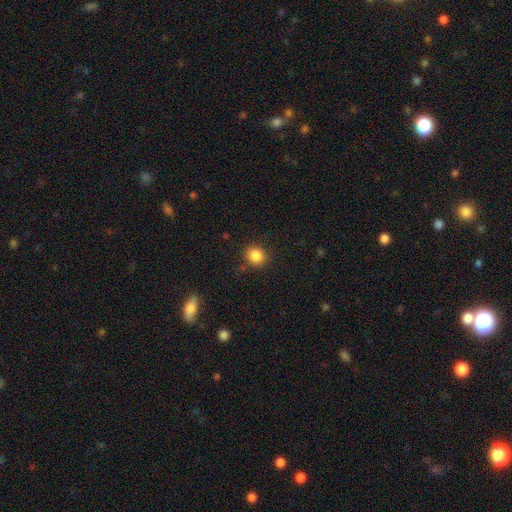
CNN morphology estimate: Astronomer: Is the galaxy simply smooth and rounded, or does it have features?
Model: smooth — 86%.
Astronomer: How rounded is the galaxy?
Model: round — 81%.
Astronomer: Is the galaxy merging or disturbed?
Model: none — 86%.